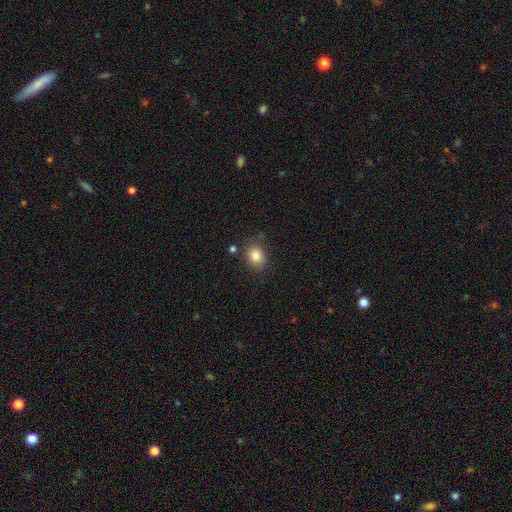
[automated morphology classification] Q: Smooth or featured?
A: smooth (84%); runner-up: star or artifact (10%)
Q: How rounded?
A: round (60%); runner-up: in between (39%)
Q: Merging?
A: none (78%); runner-up: minor disturbance (14%)